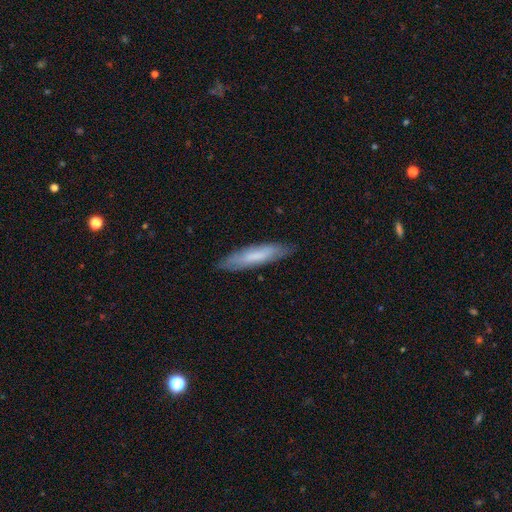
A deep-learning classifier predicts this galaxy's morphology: Q: Smooth or featured?
A: smooth (67%); runner-up: featured or disk (27%)
Q: How rounded?
A: cigar-shaped (78%); runner-up: in between (21%)
Q: Merging?
A: none (83%); runner-up: minor disturbance (13%)